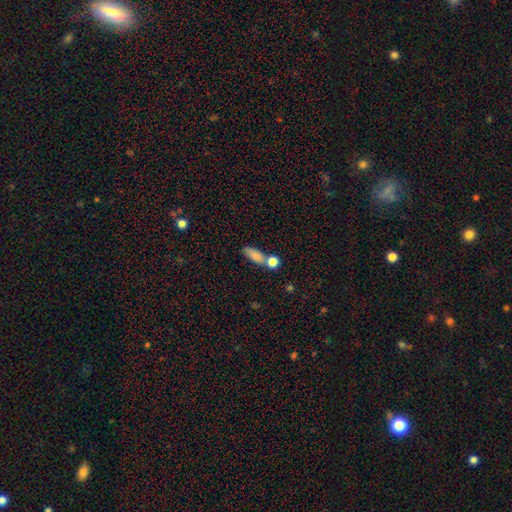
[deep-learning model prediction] A smooth galaxy with no disk features (80%) that is in between round and cigar-shaped (58%). Merging: none (50%).